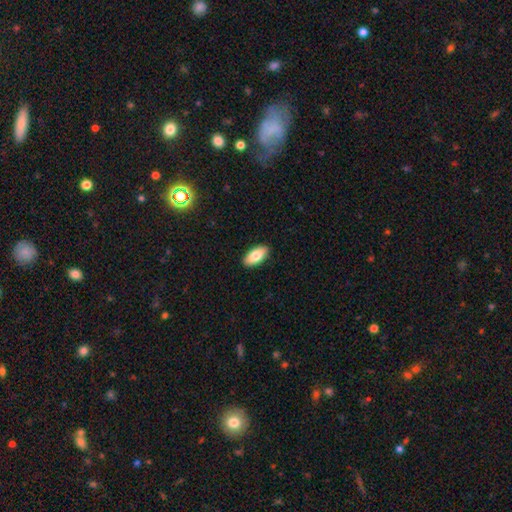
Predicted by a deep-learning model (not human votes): smooth 82%, featured or disk 12%, star or artifact 6%. Down the decision tree: how rounded — in between (91%); merging — none (90%).